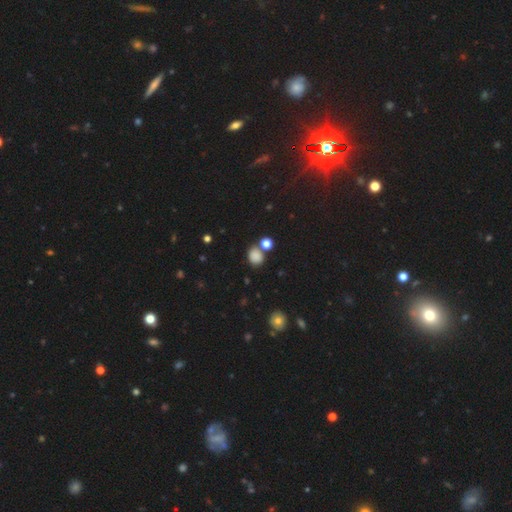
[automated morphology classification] A smooth galaxy with no disk features (83%) that is round (62%).

Vote fractions:
- Smooth or featured? smooth: 83% / star or artifact: 13% / featured or disk: 5%
- How rounded? round: 62% / in between: 37% / cigar-shaped: 1%
- Merging? none: 69% / merger: 16% / minor disturbance: 12% / major disturbance: 4%